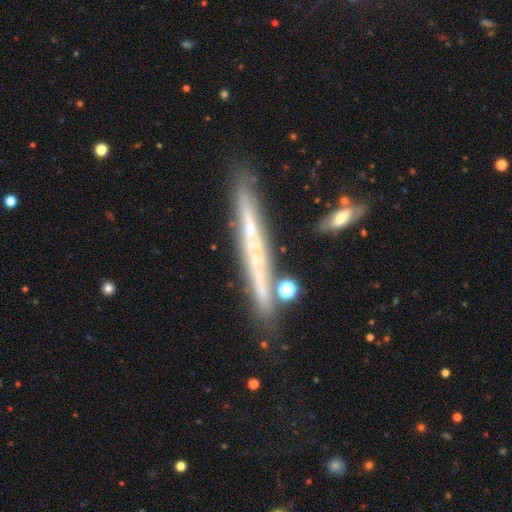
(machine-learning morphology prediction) Smooth or featured? Predicted: featured or disk (p=0.63). Edge-on disk? Predicted: yes (p=0.91). Edge-on bulge? Predicted: none (p=0.71). Merging? Predicted: none (p=0.77).